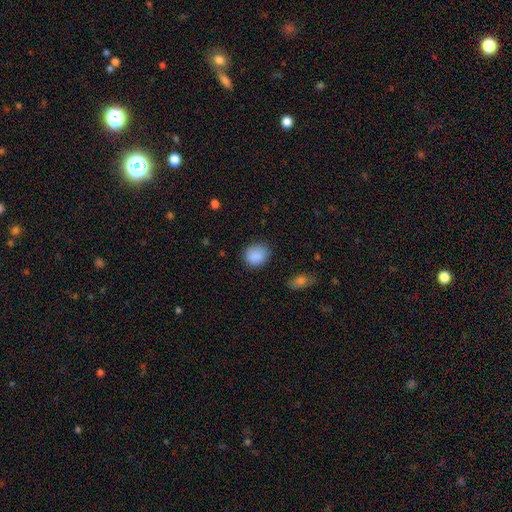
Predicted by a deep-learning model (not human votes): Smooth or featured: smooth — 88% (star or artifact — 8%)
How rounded: round — 68% (in between — 31%)
Merging: none — 81% (minor disturbance — 14%)